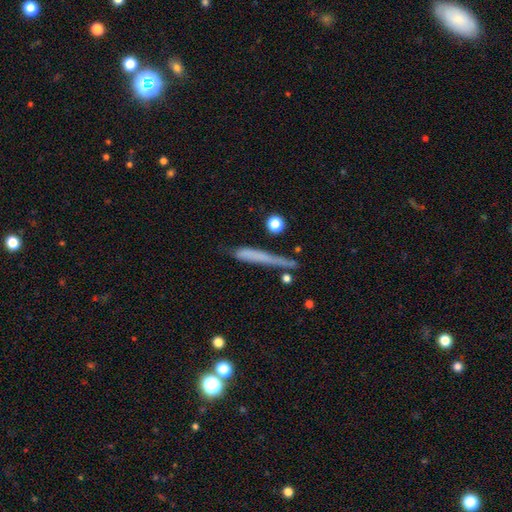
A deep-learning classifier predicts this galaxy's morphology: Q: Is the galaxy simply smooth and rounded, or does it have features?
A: smooth — 57%.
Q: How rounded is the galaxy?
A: cigar-shaped — 93%.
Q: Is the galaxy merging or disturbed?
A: none — 64%.